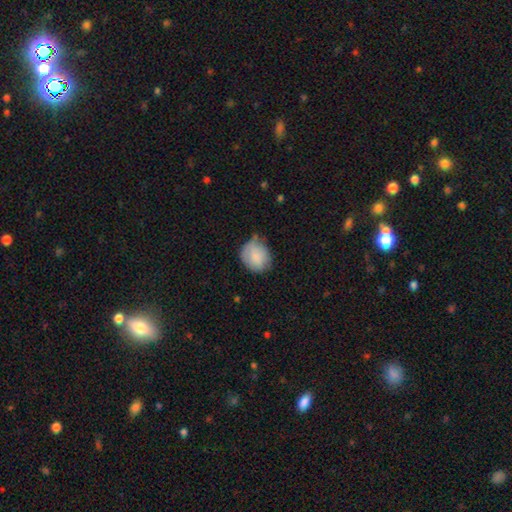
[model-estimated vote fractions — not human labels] Smooth or featured: smooth — 80% (featured or disk — 13%)
How rounded: round — 66% (in between — 33%)
Merging: none — 54% (minor disturbance — 35%)